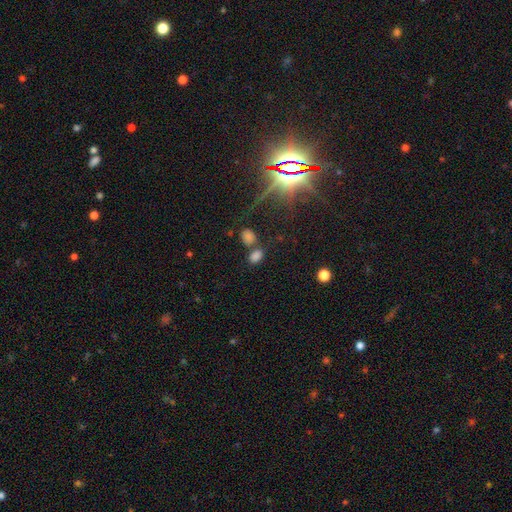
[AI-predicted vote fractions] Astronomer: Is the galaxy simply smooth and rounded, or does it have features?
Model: smooth — 73%.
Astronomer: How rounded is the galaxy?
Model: in between — 78%.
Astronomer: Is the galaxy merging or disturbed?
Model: none — 54%.